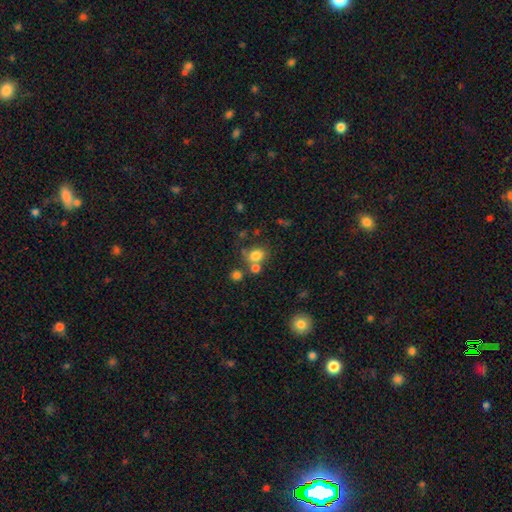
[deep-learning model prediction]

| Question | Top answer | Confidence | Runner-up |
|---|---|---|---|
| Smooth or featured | smooth | 77% | star or artifact (13%) |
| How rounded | round | 58% | in between (41%) |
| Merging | none | 54% | merger (27%) |